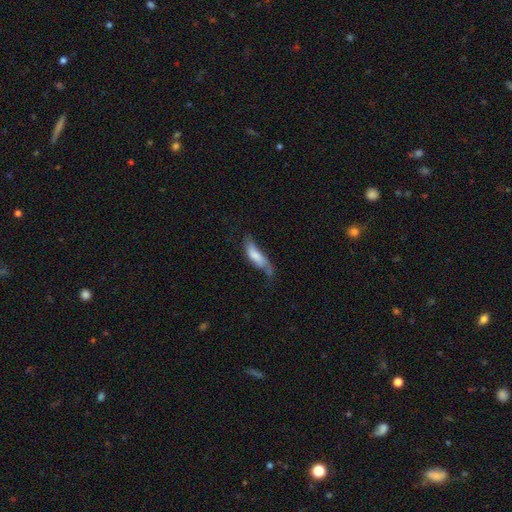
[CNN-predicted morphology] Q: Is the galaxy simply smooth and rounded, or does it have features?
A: smooth — 67%.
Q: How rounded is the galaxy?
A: cigar-shaped — 52%.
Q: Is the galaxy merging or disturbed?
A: none — 36%, tied with minor disturbance.